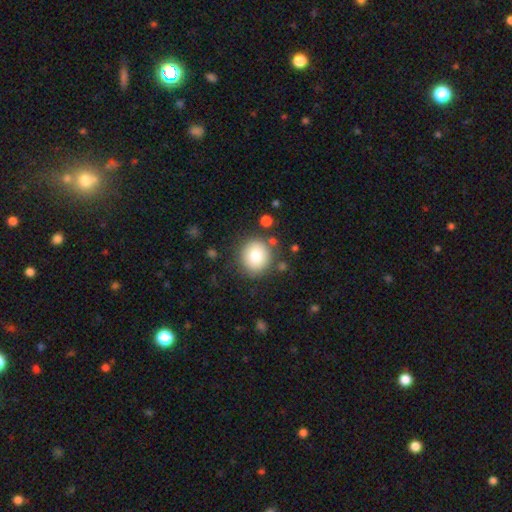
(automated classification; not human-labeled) smooth_or_featured: smooth (p=0.80) [alt: featured or disk p=0.11]
how_rounded: round (p=0.87) [alt: in between p=0.12]
merging: none (p=0.83) [alt: minor disturbance p=0.10]